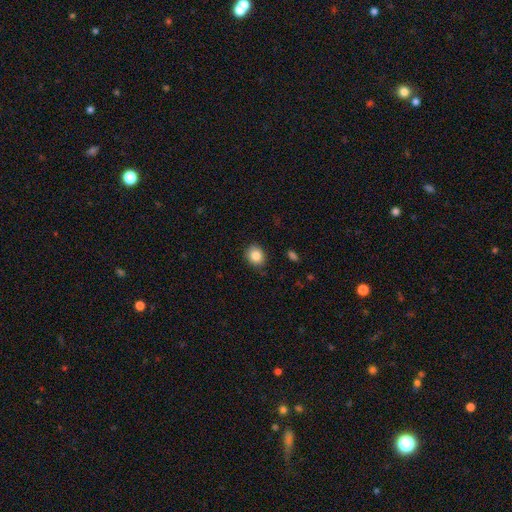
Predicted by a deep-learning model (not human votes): Q: Smooth or featured?
A: smooth (85%); runner-up: star or artifact (9%)
Q: How rounded?
A: round (66%); runner-up: in between (33%)
Q: Merging?
A: none (86%); runner-up: minor disturbance (10%)